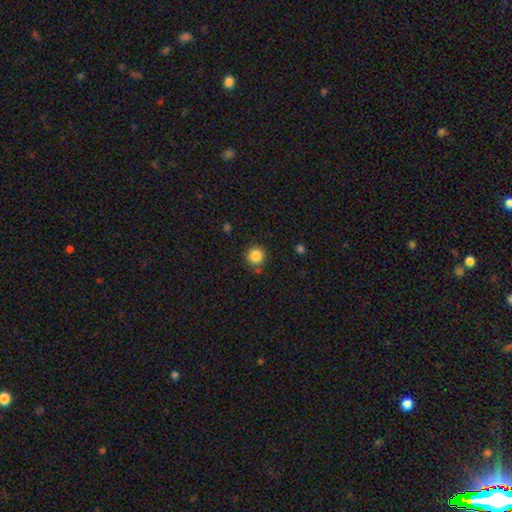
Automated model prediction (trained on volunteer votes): This appears to be a smooth galaxy with no disk features (85%) that is round (93%). Merging: none (79%).